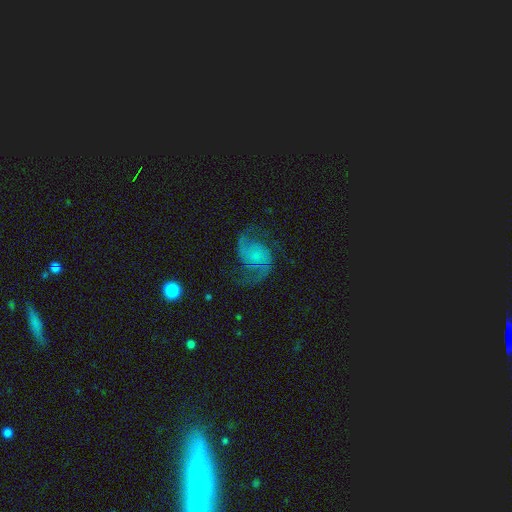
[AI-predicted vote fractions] A featured or disk galaxy (87%) with no bar (68%), 2 (94%) medium (49%) spiral arms (97%) and a small central bulge (49%).

Vote fractions:
- Smooth or featured? featured or disk: 87% / smooth: 7% / star or artifact: 6%
- Edge-on disk? no: 98% / yes: 2%
- Bar? no: 68% / weak: 27% / strong: 6%
- Spiral arms? yes: 97% / no: 3%
- Spiral winding? medium: 49% / loose: 41% / tight: 10%
- Spiral arm count? 2: 94% / can't tell: 2% / 1: 1% / 3: 1% / 4: 1% / more than 4: 1%
- Bulge size? small: 49% / none: 30% / moderate: 15% / large: 4% / dominant: 2%
- Merging? none: 74% / minor disturbance: 14% / major disturbance: 10% / merger: 2%